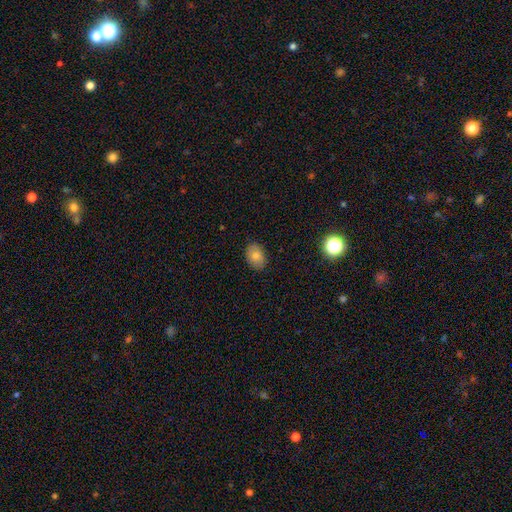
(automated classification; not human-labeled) smooth-or-featured: smooth: 79% | featured or disk: 12% | star or artifact: 9%
  how-rounded: in between: 78% | round: 21% | cigar-shaped: 1%
  merging: none: 85% | minor disturbance: 12% | major disturbance: 2% | merger: 1%